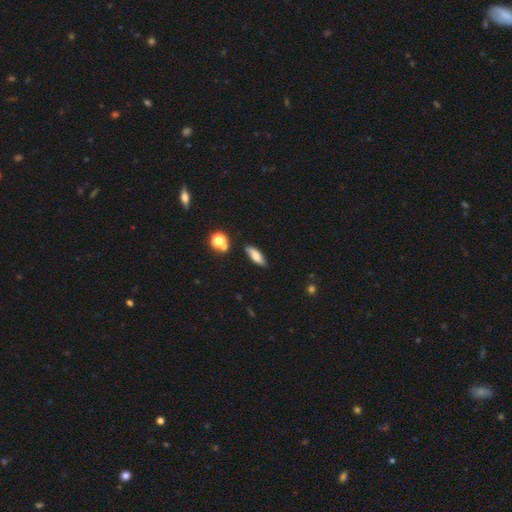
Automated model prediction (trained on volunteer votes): Smooth or featured?
  - smooth: 73% *
  - featured or disk: 18%
  - star or artifact: 9%
How rounded?
  - in between: 64% *
  - cigar-shaped: 33%
  - round: 3%
Merging?
  - none: 78% *
  - minor disturbance: 14%
  - merger: 4%
  - major disturbance: 3%